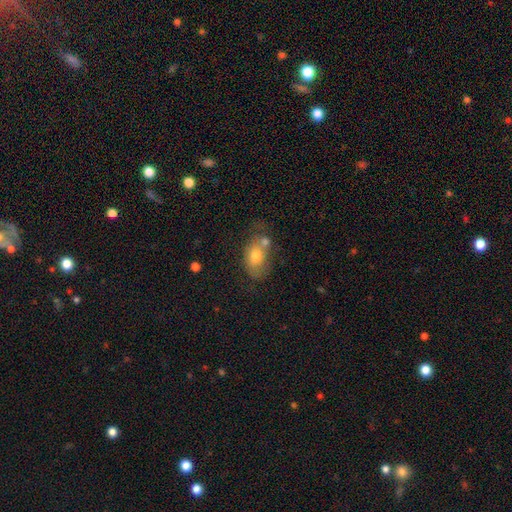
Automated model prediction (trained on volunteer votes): The model was most divided on "merging": merger: 36%, none: 35%, minor disturbance: 18%, major disturbance: 10%. More confident: how rounded — in between (78%); smooth or featured — smooth (66%).